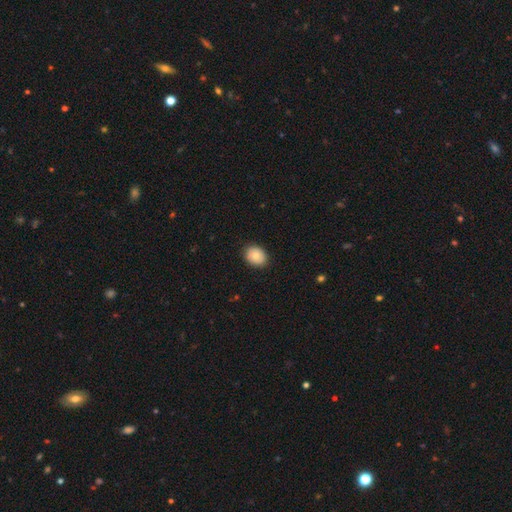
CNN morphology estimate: Smooth or featured? Predicted: smooth (p=0.78). How rounded? Predicted: in between (p=0.55). Merging? Predicted: none (p=0.87).